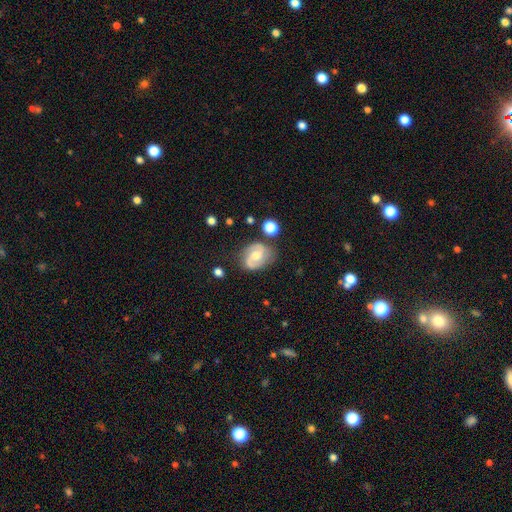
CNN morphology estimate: Overall: featured or disk (75%). Edge-on disk: no (97%). Bar: no (45%; weak 43%). Spiral arms: yes (92%). Spiral arm count: 2 (87%). Spiral winding: medium (50%; tight 27%). Bulge size: moderate (67%). Merging: none (72%).